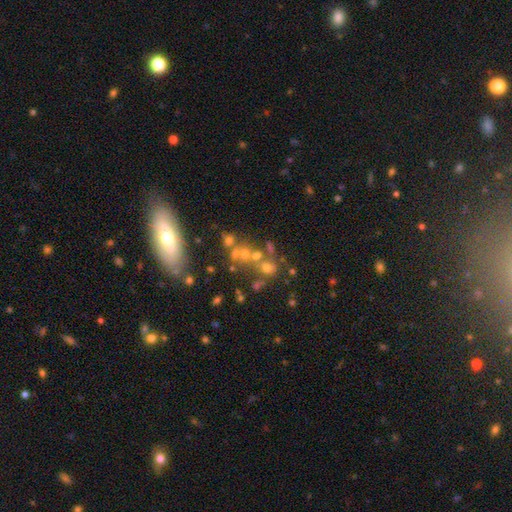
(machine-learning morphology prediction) The model was most divided on "merging": none: 42%, merger: 41%, minor disturbance: 10%, major disturbance: 8%. Remaining: smooth or featured — smooth (48%).